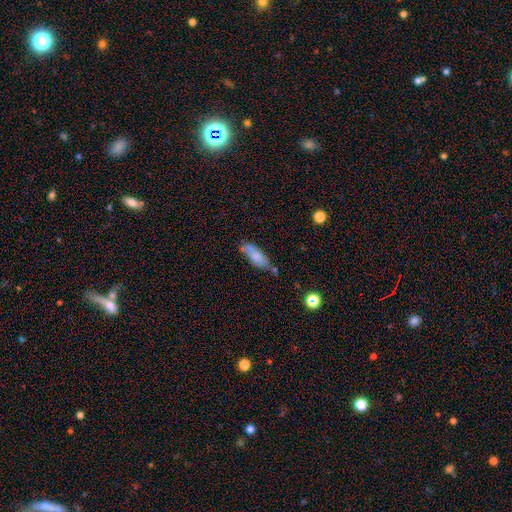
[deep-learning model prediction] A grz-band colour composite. It shows a smooth galaxy with no disk features (72%) that is in between round and cigar-shaped (69%). Merging: none (51%).